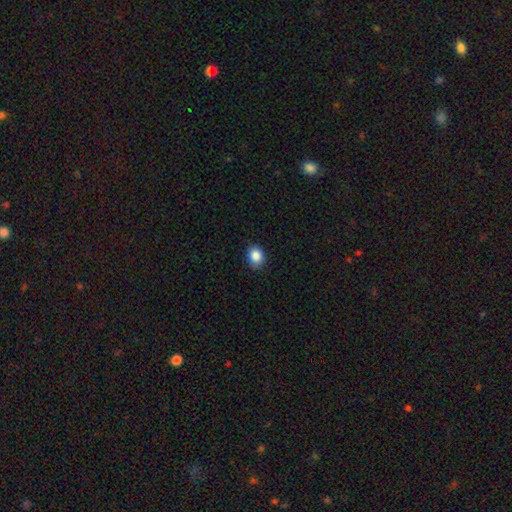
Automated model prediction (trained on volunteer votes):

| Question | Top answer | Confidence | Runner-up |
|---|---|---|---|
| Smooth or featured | smooth | 86% | star or artifact (9%) |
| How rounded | round | 54% | in between (45%) |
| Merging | none | 86% | minor disturbance (11%) |